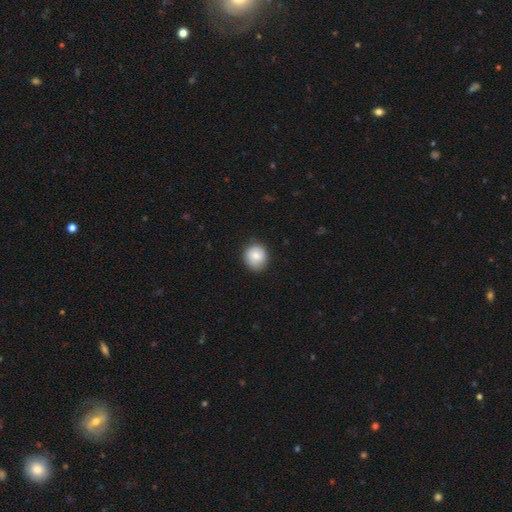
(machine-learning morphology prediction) smooth_or_featured: smooth (p=0.77) [alt: featured or disk p=0.16]
how_rounded: round (p=0.84) [alt: in between p=0.15]
merging: none (p=0.83) [alt: minor disturbance p=0.13]